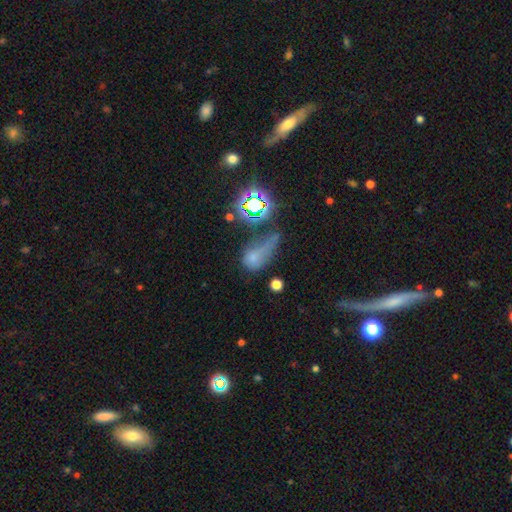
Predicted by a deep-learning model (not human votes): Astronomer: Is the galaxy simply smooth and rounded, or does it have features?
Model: smooth — 51% (runner-up: star or artifact, 31%).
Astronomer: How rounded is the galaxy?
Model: in between — 60%.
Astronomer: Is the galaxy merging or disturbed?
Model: major disturbance — 39% (runner-up: none, 24%).